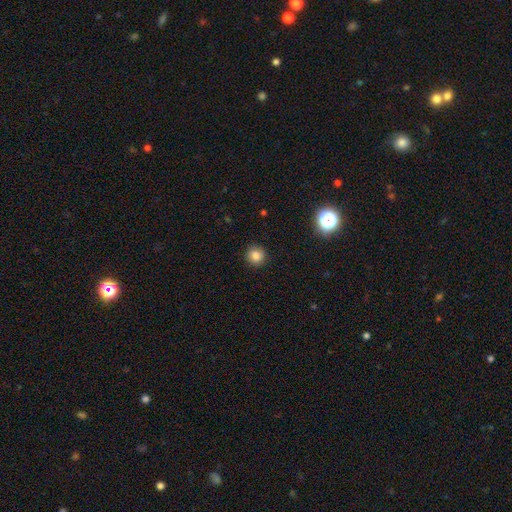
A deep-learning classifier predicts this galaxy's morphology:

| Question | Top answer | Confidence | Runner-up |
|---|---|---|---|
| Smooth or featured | smooth | 82% | star or artifact (13%) |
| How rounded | round | 93% | in between (6%) |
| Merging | none | 90% | minor disturbance (7%) |